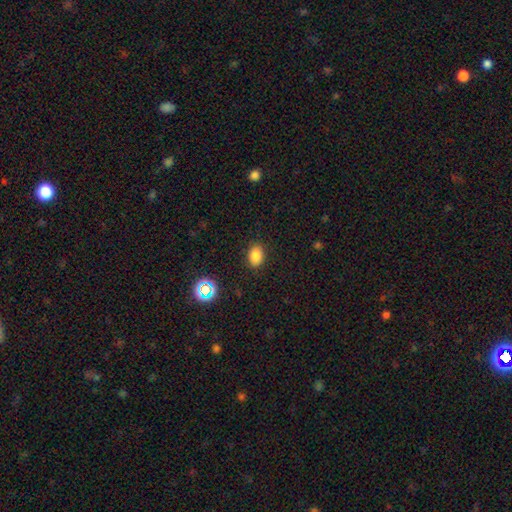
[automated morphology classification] Smooth or featured: smooth — 82% (star or artifact — 13%)
How rounded: in between — 77% (round — 22%)
Merging: none — 87% (minor disturbance — 9%)